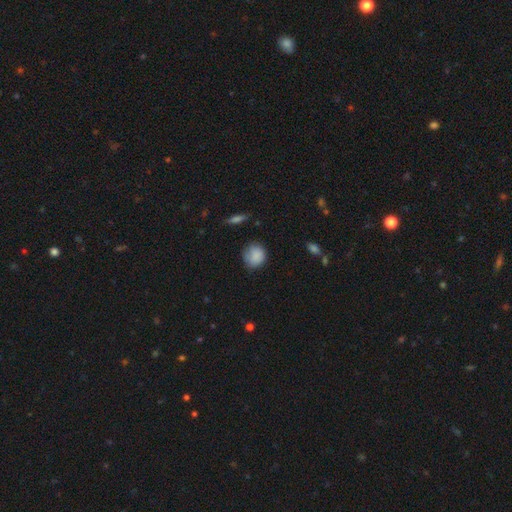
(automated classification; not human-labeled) smooth 85%, star or artifact 8%, featured or disk 7%. Down the decision tree: how rounded — round (77%); merging — none (66%).